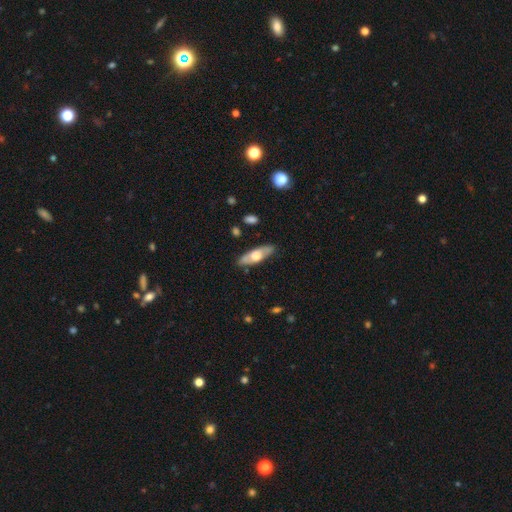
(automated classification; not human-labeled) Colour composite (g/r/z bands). It shows a smooth galaxy with no disk features (49%). Merging: none (84%).